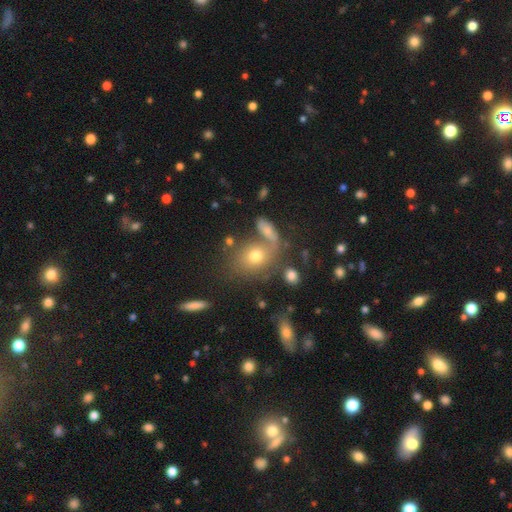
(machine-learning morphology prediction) type=smooth (66%); roundness=in between (50%); merging=none (51%).